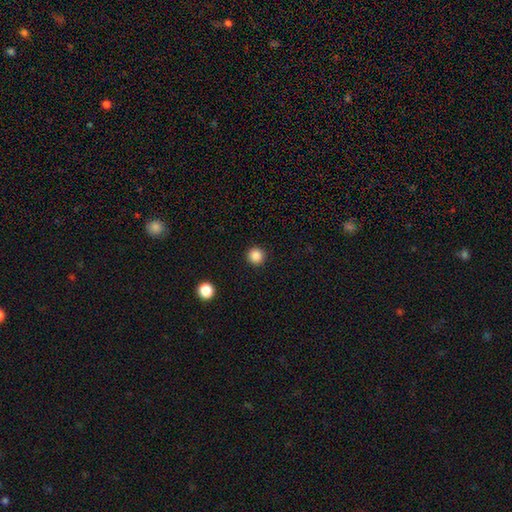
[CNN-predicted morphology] Smooth or featured?
  - smooth: 86% *
  - star or artifact: 11%
  - featured or disk: 3%
How rounded?
  - round: 96% *
  - in between: 3%
  - cigar-shaped: 1%
Merging?
  - none: 93% *
  - minor disturbance: 4%
  - major disturbance: 2%
  - merger: 1%